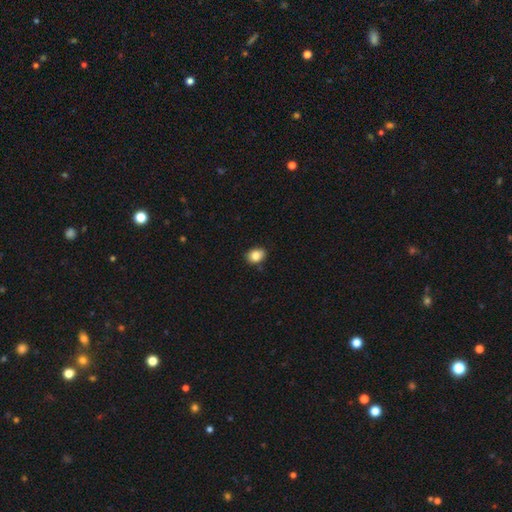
A smooth galaxy with no disk features (92%) that is in between round and cigar-shaped (59%). Merging: none (82%).